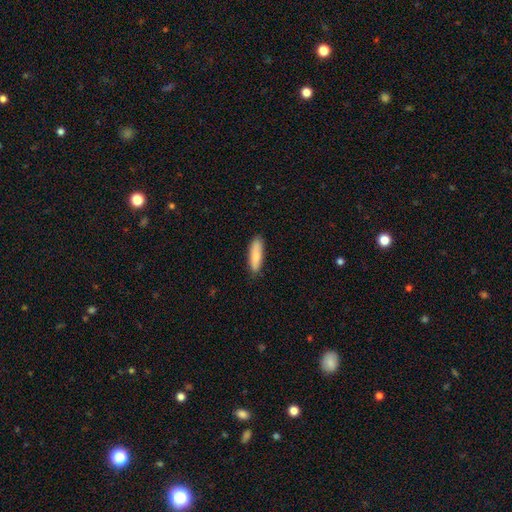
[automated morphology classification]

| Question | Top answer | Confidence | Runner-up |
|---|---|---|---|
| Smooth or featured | smooth | 83% | featured or disk (11%) |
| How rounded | cigar-shaped | 58% | in between (40%) |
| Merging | none | 84% | minor disturbance (12%) |